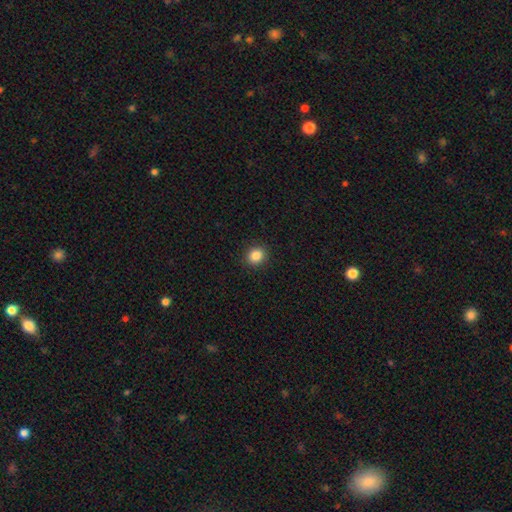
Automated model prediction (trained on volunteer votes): Smooth or featured? smooth (85%)
How rounded? round (83%)
Merging? none (92%)